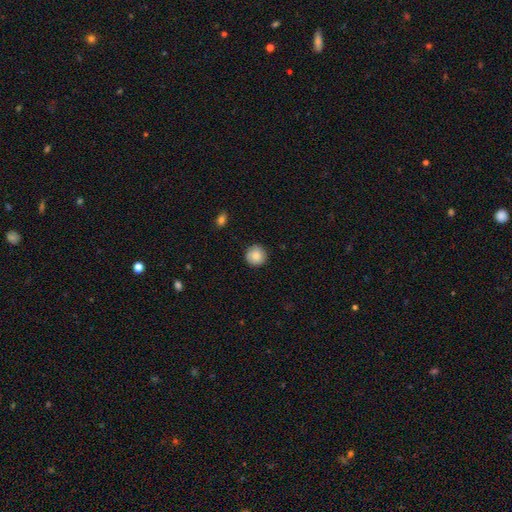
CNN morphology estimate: Overall: smooth (84%). How rounded: round (95%). Merging: none (88%).